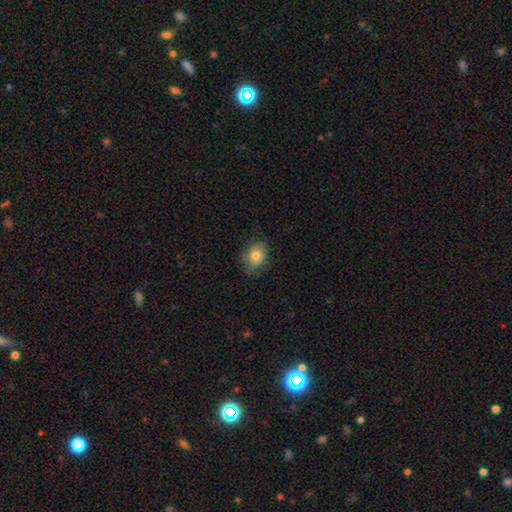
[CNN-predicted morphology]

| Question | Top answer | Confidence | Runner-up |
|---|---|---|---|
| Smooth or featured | smooth | 79% | featured or disk (12%) |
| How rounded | in between | 54% | round (45%) |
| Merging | none | 71% | minor disturbance (22%) |